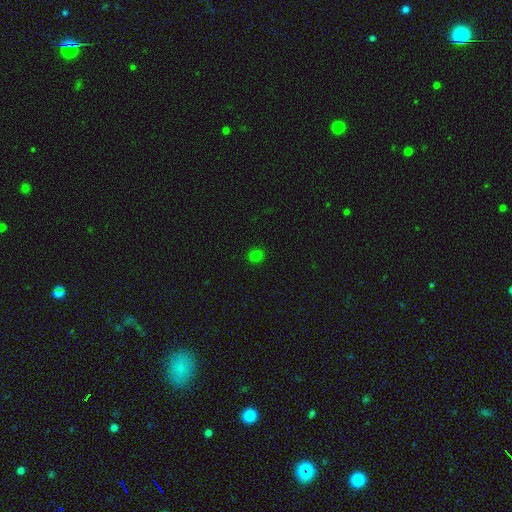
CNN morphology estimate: Overall: smooth (79%). How rounded: round (81%). Merging: none (90%).